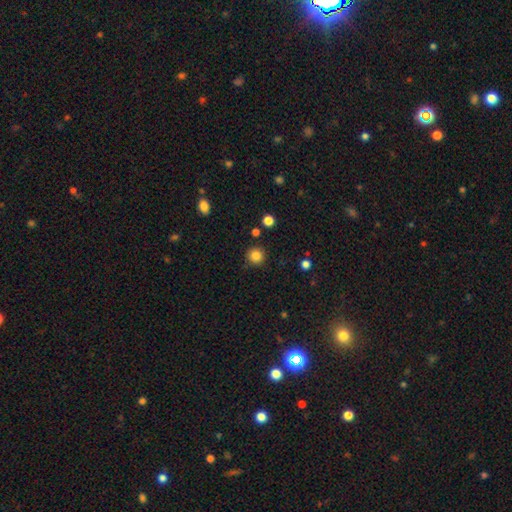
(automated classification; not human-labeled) Smooth or featured? smooth (84%)
How rounded? round (94%)
Merging? none (88%)